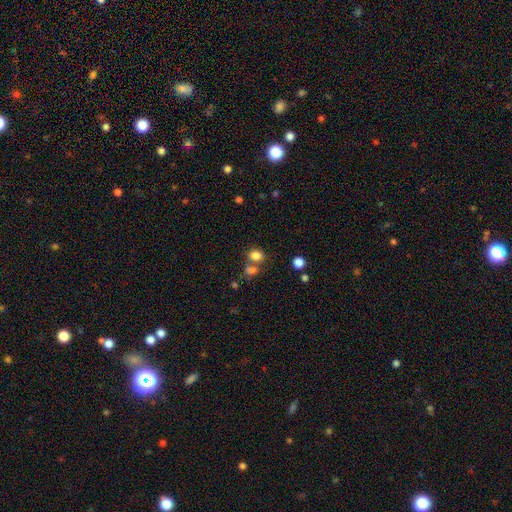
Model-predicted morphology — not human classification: This is clearly a smooth galaxy (81%). How rounded: possibly round (56%). Merging: possibly none (54%).